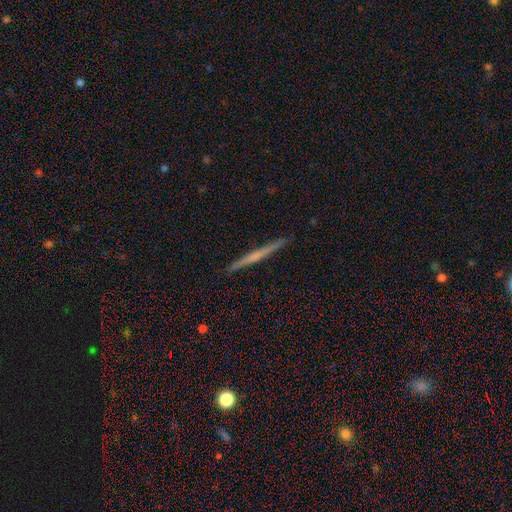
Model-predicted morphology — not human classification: Smooth or featured?
  - featured or disk: 58% *
  - smooth: 36%
  - star or artifact: 6%
Edge-on disk?
  - yes: 98% *
  - no: 2%
Edge-on bulge?
  - none: 64% *
  - rounded: 28%
  - boxy: 8%
Merging?
  - none: 93% *
  - minor disturbance: 5%
  - major disturbance: 1%
  - merger: 1%